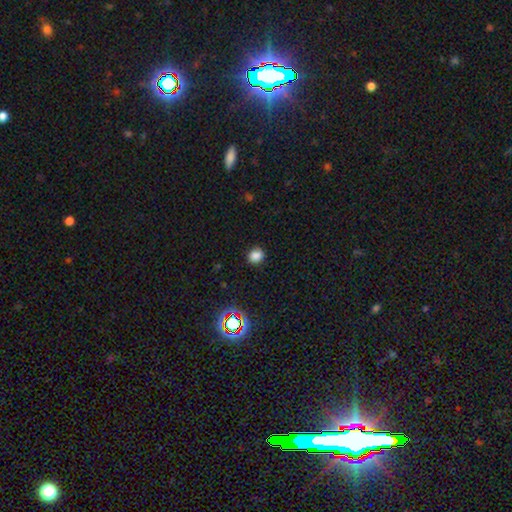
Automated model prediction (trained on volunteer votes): Smooth or featured? Predicted: smooth (p=0.82). How rounded? Predicted: round (p=0.76). Merging? Predicted: none (p=0.88).